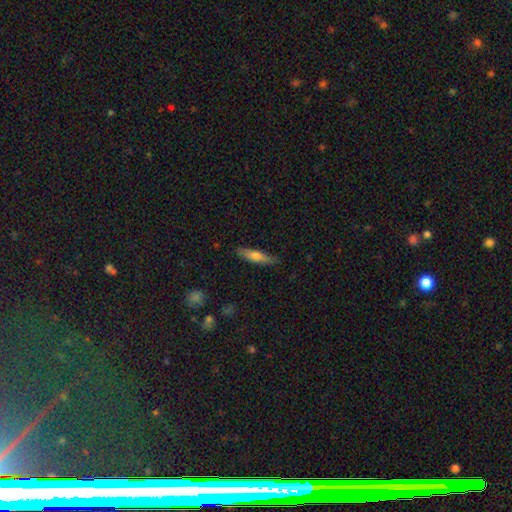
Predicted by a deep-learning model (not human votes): Smooth or featured?
  - smooth: 62% *
  - featured or disk: 32%
  - star or artifact: 6%
How rounded?
  - cigar-shaped: 77% *
  - in between: 21%
  - round: 2%
Merging?
  - none: 84% *
  - minor disturbance: 13%
  - major disturbance: 2%
  - merger: 1%